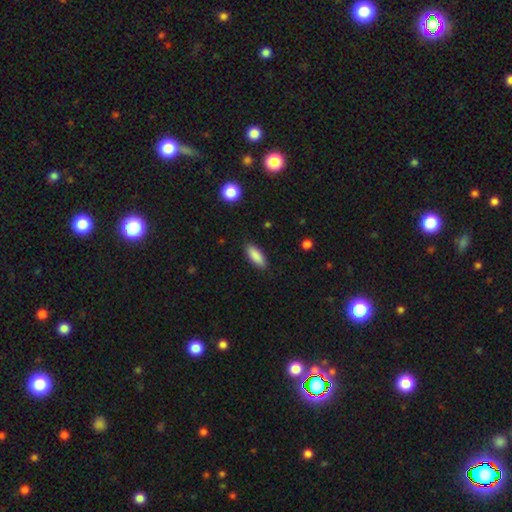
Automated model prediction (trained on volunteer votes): Morphology: type=smooth (88%); roundness=in between (71%); merging=none (87%).